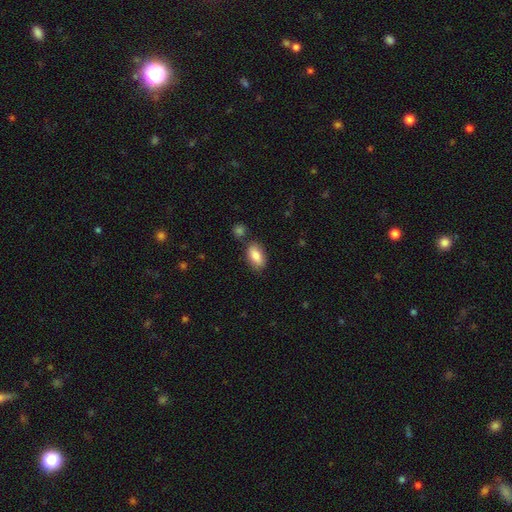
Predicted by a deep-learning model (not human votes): smooth-or-featured: smooth: 83% | featured or disk: 10% | star or artifact: 7%
  how-rounded: in between: 90% | cigar-shaped: 6% | round: 4%
  merging: none: 76% | minor disturbance: 13% | merger: 8% | major disturbance: 3%